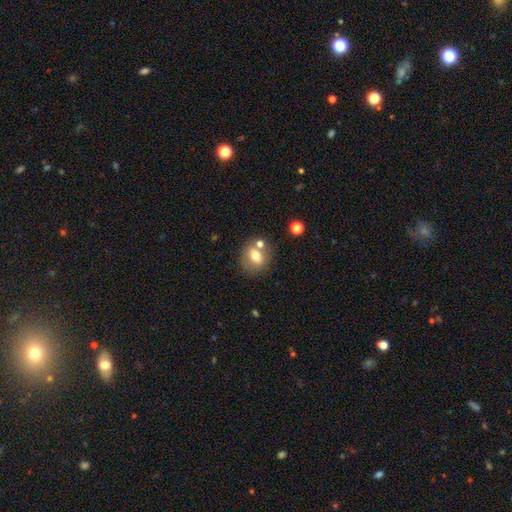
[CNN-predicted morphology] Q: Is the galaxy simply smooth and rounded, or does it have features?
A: smooth — 66%.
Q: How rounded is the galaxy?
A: round — 62%.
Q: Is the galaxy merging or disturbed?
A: none — 64%.